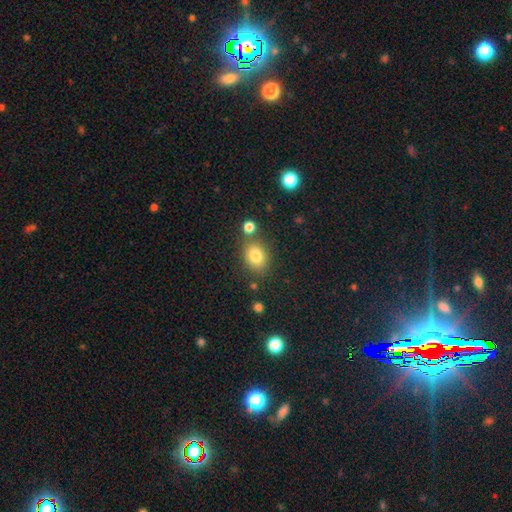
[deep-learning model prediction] Smooth or featured?
  - smooth: 80% *
  - star or artifact: 11%
  - featured or disk: 9%
How rounded?
  - in between: 58% *
  - round: 41%
  - cigar-shaped: 1%
Merging?
  - none: 72% *
  - minor disturbance: 12%
  - merger: 12%
  - major disturbance: 4%